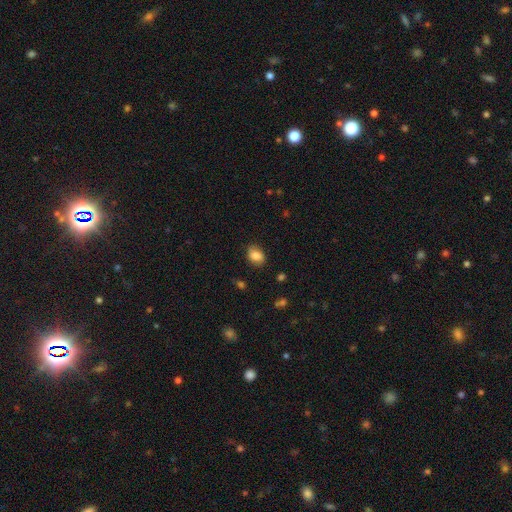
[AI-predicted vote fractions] Smooth or featured? smooth (83%)
How rounded? in between (65%)
Merging? none (82%)